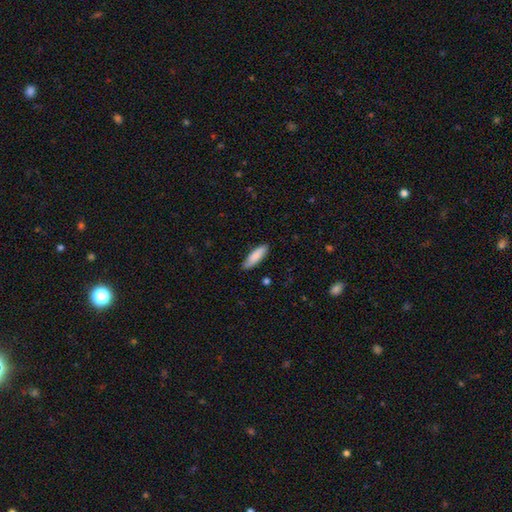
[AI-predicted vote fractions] This appears to be a smooth galaxy with no disk features (85%) that is in between round and cigar-shaped (50%). Merging: none (81%).